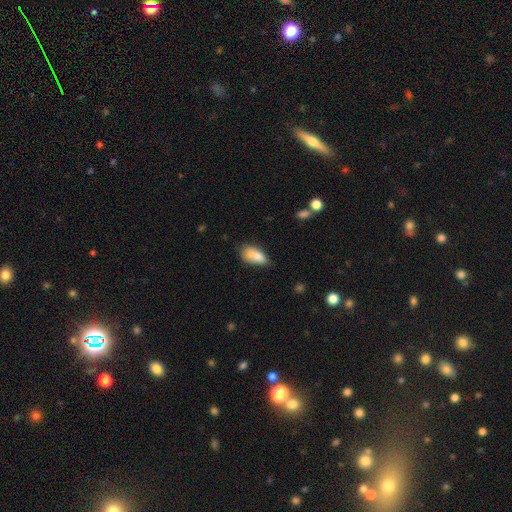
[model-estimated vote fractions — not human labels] Smooth or featured? smooth (81%)
How rounded? in between (86%)
Merging? none (45%)